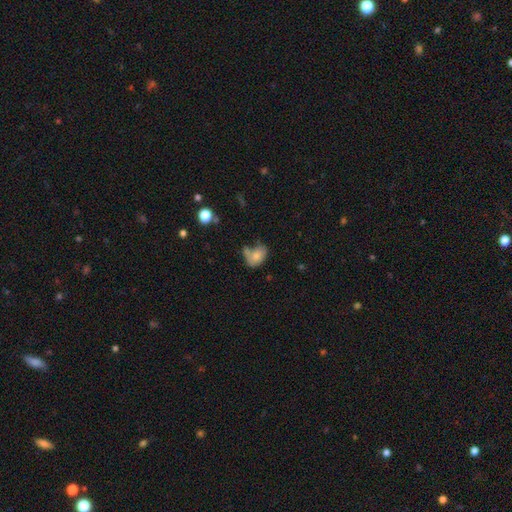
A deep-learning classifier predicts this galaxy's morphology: smooth_or_featured: smooth (p=0.75) [alt: featured or disk p=0.16]
how_rounded: in between (p=0.75) [alt: round p=0.24]
merging: none (p=0.39) [alt: minor disturbance p=0.27]